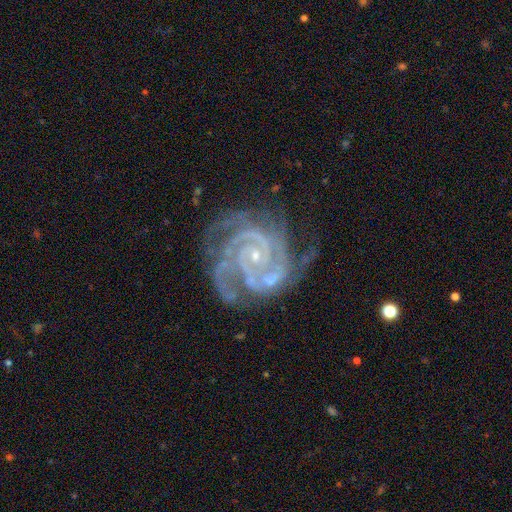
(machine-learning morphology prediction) Smooth or featured: featured or disk — 92% (star or artifact — 6%)
Edge-on disk: no — 98% (yes — 2%)
Bar: no — 65% (weak — 24%)
Spiral arms: yes — 99% (no — 1%)
Spiral winding: tight — 74% (medium — 24%)
Spiral arm count: 3 — 36% (2 — 28%)
Bulge size: small — 85% (moderate — 10%)
Merging: none — 61% (minor disturbance — 22%)